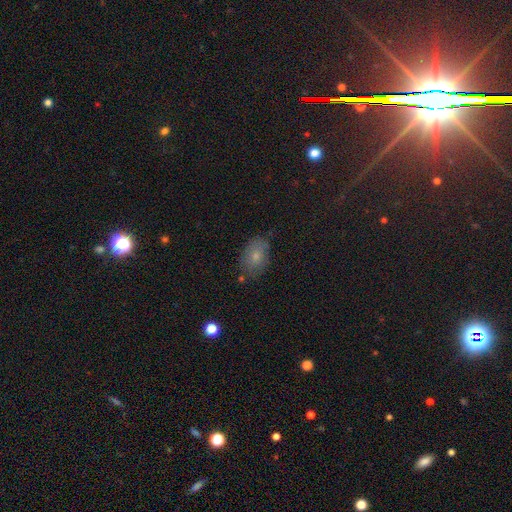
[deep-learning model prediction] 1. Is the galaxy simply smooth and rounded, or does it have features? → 73% smooth, 17% featured or disk, 10% star or artifact.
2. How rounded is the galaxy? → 84% in between, 14% round, 1% cigar-shaped.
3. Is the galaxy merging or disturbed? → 72% none, 20% minor disturbance, 5% major disturbance, 3% merger.